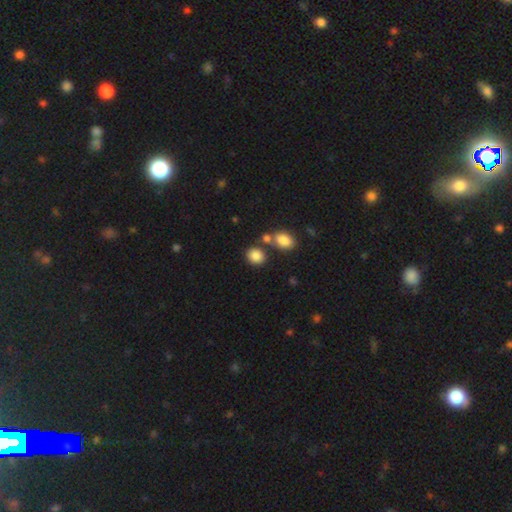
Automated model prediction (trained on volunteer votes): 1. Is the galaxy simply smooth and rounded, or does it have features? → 86% smooth, 9% star or artifact, 5% featured or disk.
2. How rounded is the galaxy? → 62% round, 37% in between, 1% cigar-shaped.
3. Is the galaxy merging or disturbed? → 68% none, 18% merger, 11% minor disturbance, 4% major disturbance.